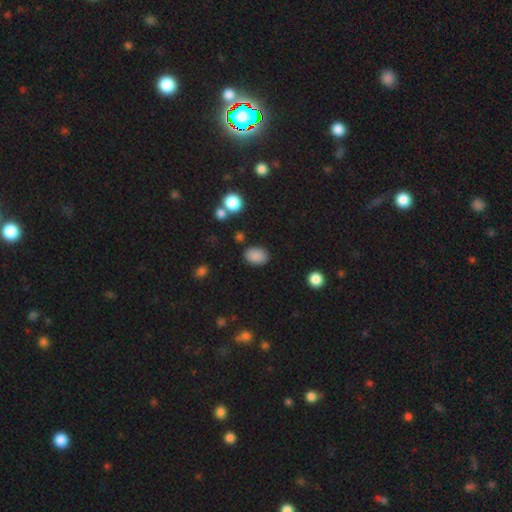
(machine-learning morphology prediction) This is clearly a smooth galaxy (87%). How rounded: clearly in between (81%). Merging: clearly none (83%).